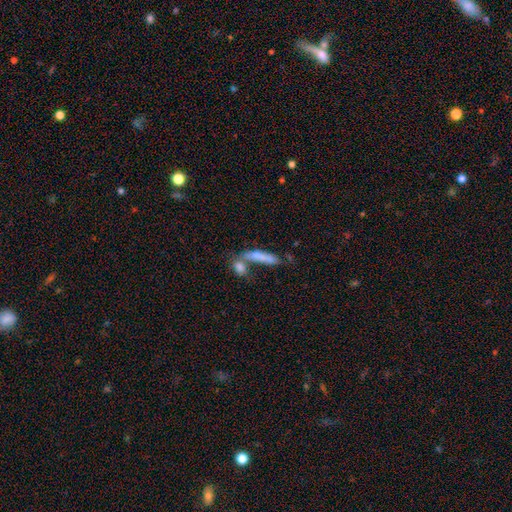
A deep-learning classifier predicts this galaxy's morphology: A smooth galaxy with no disk features (61%) that is cigar-shaped (78%).

Vote fractions:
- Smooth or featured? smooth: 61% / featured or disk: 27% / star or artifact: 12%
- How rounded? cigar-shaped: 78% / in between: 18% / round: 4%
- Merging? none: 41% / merger: 40% / minor disturbance: 11% / major disturbance: 8%